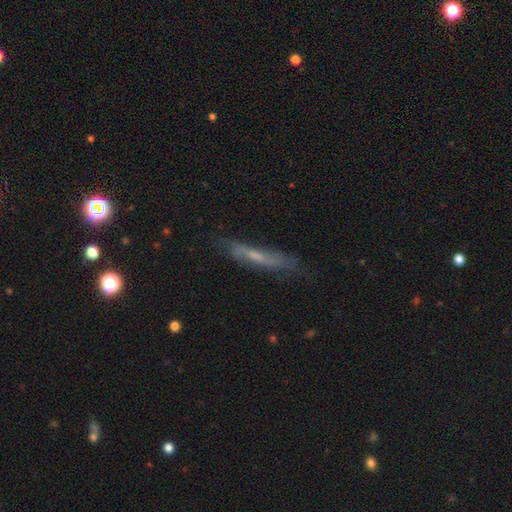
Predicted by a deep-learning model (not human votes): This appears to be a featured or disk galaxy (51%) viewed edge-on (71%). Merging: none (72%).